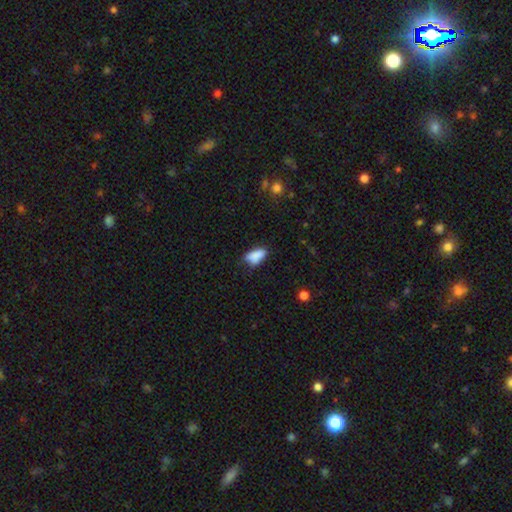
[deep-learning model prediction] Q: Smooth or featured?
A: smooth (81%); runner-up: featured or disk (10%)
Q: How rounded?
A: in between (85%); runner-up: cigar-shaped (11%)
Q: Merging?
A: none (54%); runner-up: minor disturbance (31%)